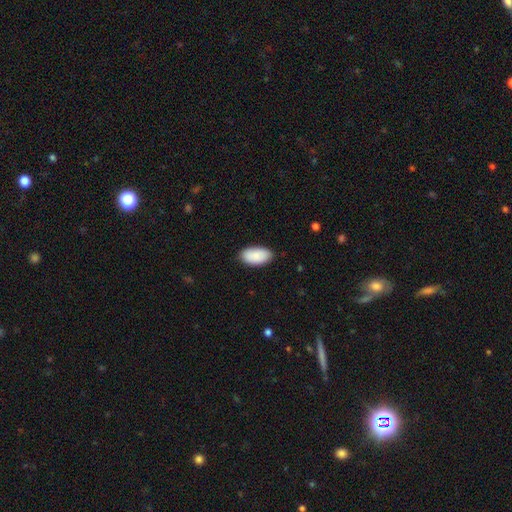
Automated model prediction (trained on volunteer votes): The model was most divided on "merging": none: 85%, minor disturbance: 11%, major disturbance: 2%, merger: 1%. More confident: how rounded — in between (96%); smooth or featured — smooth (89%).